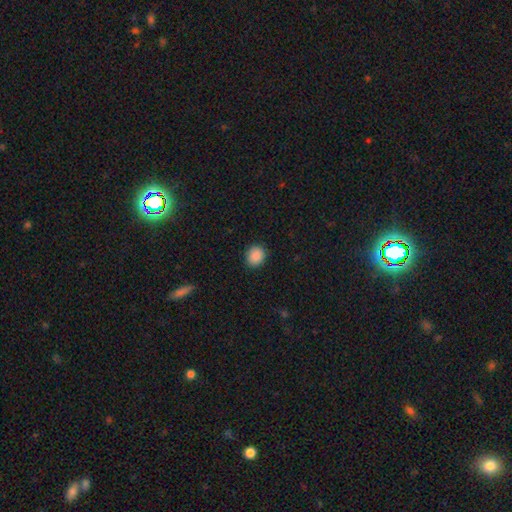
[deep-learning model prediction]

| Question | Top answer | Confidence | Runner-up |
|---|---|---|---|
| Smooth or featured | smooth | 89% | star or artifact (9%) |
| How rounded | round | 74% | in between (25%) |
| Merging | none | 89% | minor disturbance (8%) |